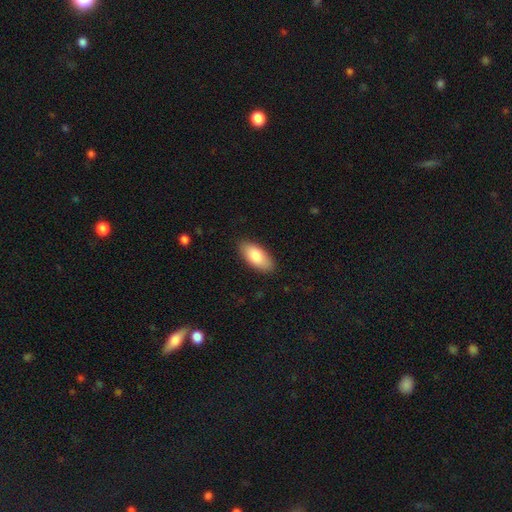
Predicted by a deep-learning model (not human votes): Overall: smooth (84%). How rounded: in between (90%). Merging: none (86%).